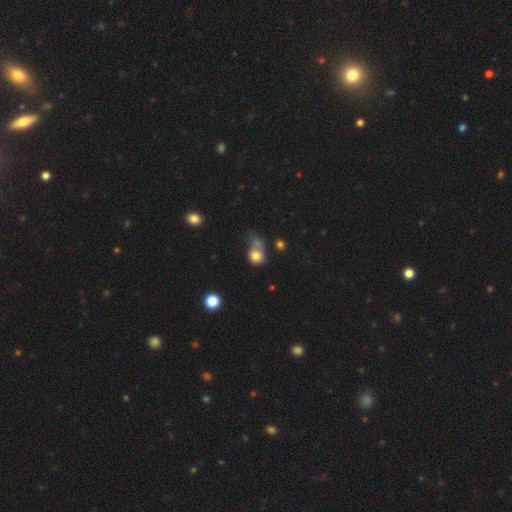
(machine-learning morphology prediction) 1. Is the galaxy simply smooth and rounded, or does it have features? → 76% smooth, 12% featured or disk, 11% star or artifact.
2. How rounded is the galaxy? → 66% round, 32% in between, 2% cigar-shaped.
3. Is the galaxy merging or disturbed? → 28% none, 27% major disturbance, 24% merger, 20% minor disturbance.